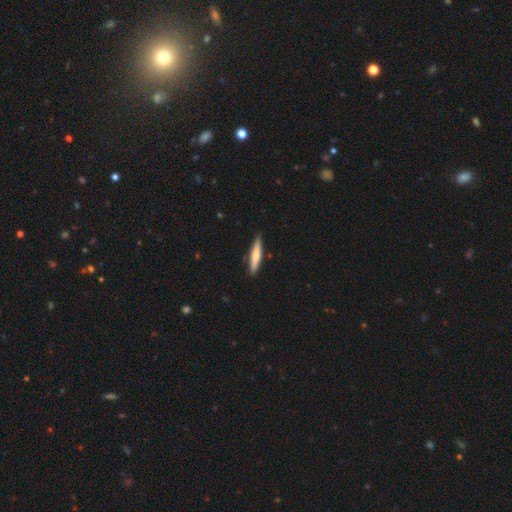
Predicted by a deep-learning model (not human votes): Q: Smooth or featured?
A: smooth (62%); runner-up: featured or disk (33%)
Q: How rounded?
A: cigar-shaped (90%); runner-up: in between (9%)
Q: Merging?
A: none (89%); runner-up: minor disturbance (8%)